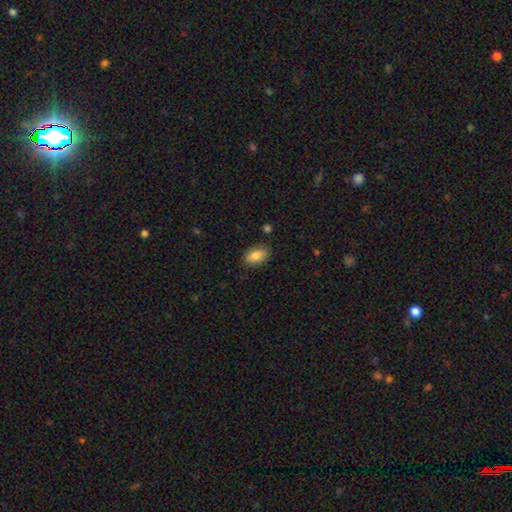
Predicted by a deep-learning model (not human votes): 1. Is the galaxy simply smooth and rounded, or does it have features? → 84% smooth, 9% featured or disk, 7% star or artifact.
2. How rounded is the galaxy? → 91% in between, 7% round, 2% cigar-shaped.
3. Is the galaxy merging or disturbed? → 84% none, 12% minor disturbance, 3% major disturbance, 2% merger.